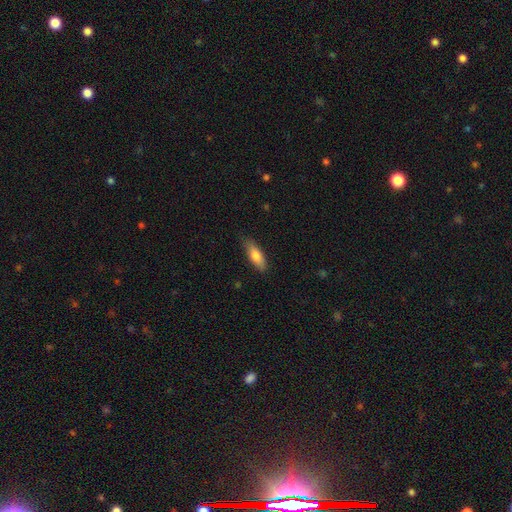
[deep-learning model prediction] A smooth galaxy with no disk features (76%) that is in between round and cigar-shaped (57%).

Vote fractions:
- Smooth or featured? smooth: 76% / featured or disk: 18% / star or artifact: 6%
- How rounded? in between: 57% / cigar-shaped: 40% / round: 2%
- Merging? none: 80% / minor disturbance: 16% / major disturbance: 3% / merger: 1%